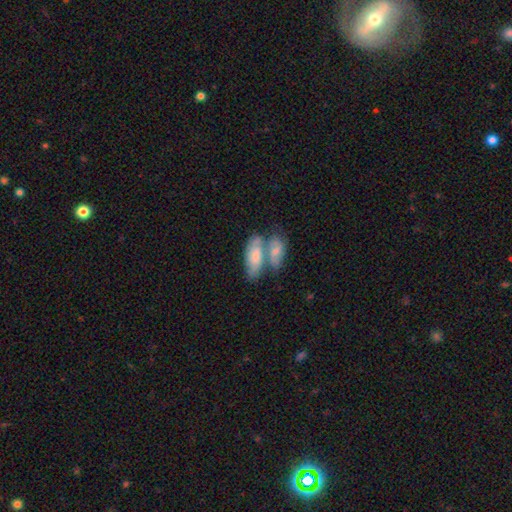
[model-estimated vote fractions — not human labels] A smooth galaxy with no disk features (64%) that is in between round and cigar-shaped (82%).

Vote fractions:
- Smooth or featured? smooth: 64% / featured or disk: 30% / star or artifact: 7%
- How rounded? in between: 82% / cigar-shaped: 14% / round: 4%
- Merging? merger: 61% / none: 24% / minor disturbance: 10% / major disturbance: 5%